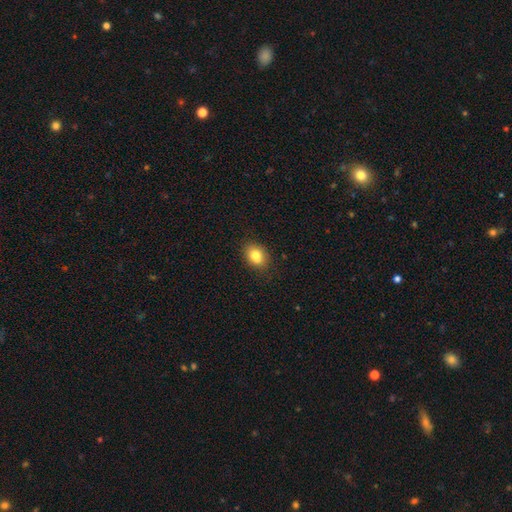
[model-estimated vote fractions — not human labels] smooth 82%, star or artifact 10%, featured or disk 8%. Down the decision tree: how rounded — in between (68%); merging — none (83%).